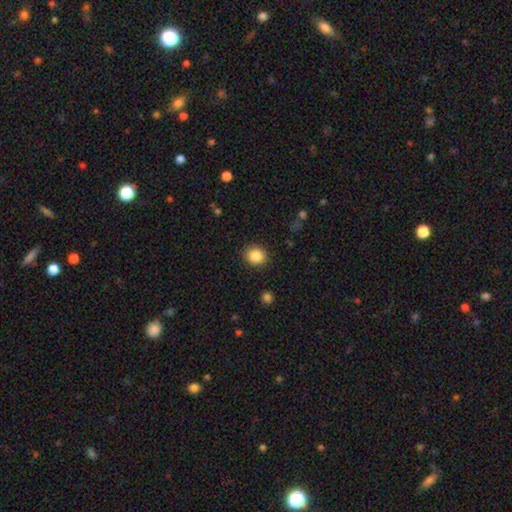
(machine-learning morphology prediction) Smooth or featured? Predicted: smooth (p=0.86). How rounded? Predicted: round (p=0.81). Merging? Predicted: none (p=0.90).